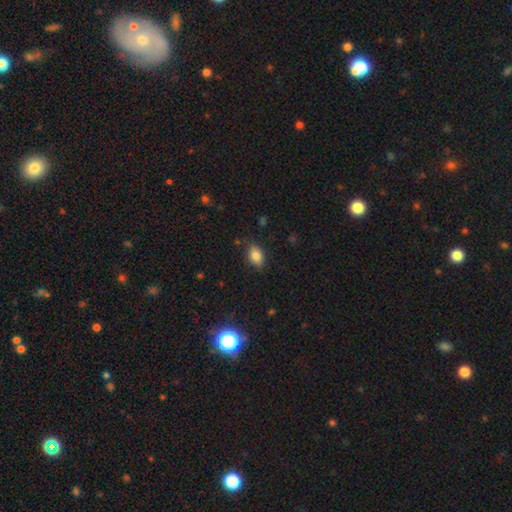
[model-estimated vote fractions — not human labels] Smooth or featured?
  - smooth: 83% *
  - star or artifact: 9%
  - featured or disk: 8%
How rounded?
  - in between: 84% *
  - round: 15%
  - cigar-shaped: 2%
Merging?
  - none: 81% *
  - minor disturbance: 15%
  - major disturbance: 3%
  - merger: 1%